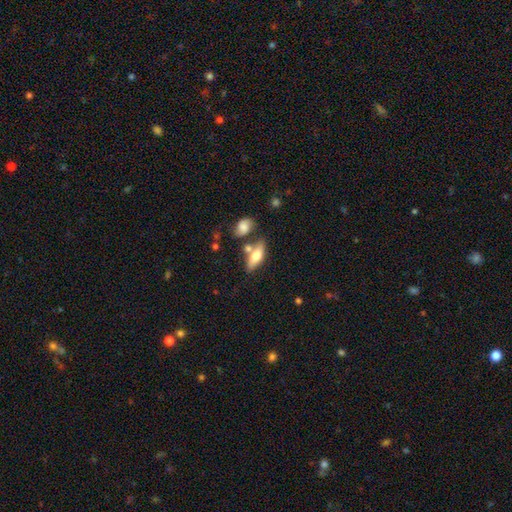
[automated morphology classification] A smooth galaxy with no disk features (64%) that is in between round and cigar-shaped (68%). Merging: none (58%).